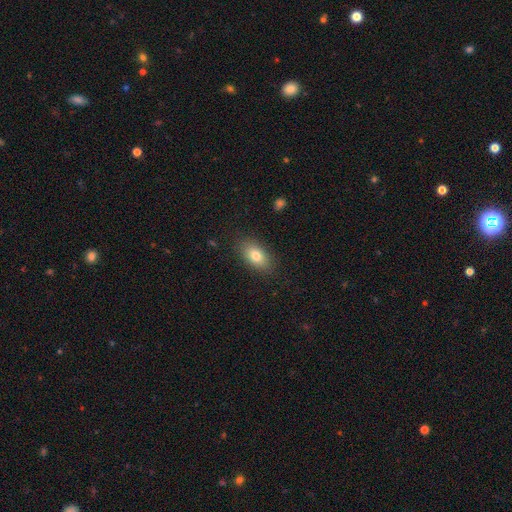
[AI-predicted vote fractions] This appears to be a smooth galaxy with no disk features (79%) that is in between round and cigar-shaped (89%). Merging: none (86%).